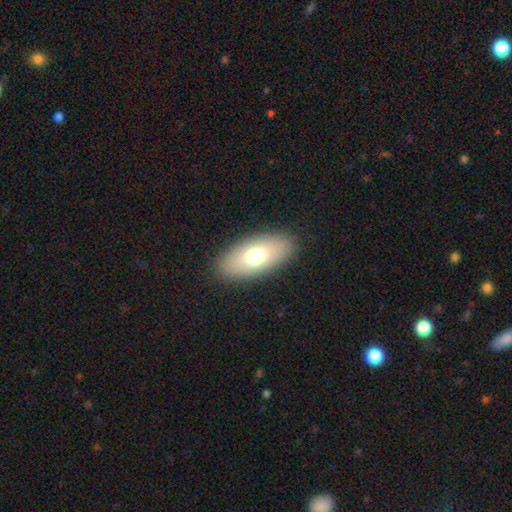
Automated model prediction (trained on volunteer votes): Smooth or featured?
  - smooth: 69% *
  - featured or disk: 22%
  - star or artifact: 9%
How rounded?
  - in between: 89% *
  - cigar-shaped: 7%
  - round: 4%
Merging?
  - none: 88% *
  - minor disturbance: 8%
  - major disturbance: 3%
  - merger: 1%